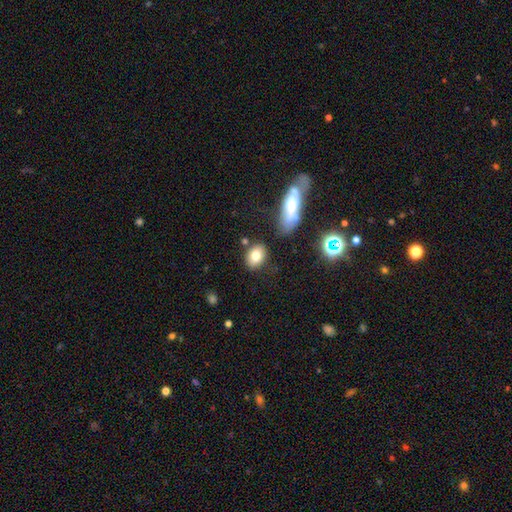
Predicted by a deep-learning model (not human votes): smooth 78%, featured or disk 12%, star or artifact 10%. Down the decision tree: how rounded — in between (69%); merging — none (77%).